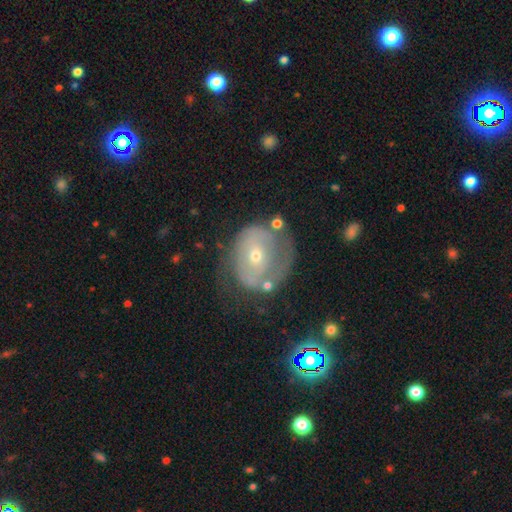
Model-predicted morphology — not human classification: smooth_or_featured: featured or disk (p=0.60) [alt: smooth p=0.31]
disk_edge_on: no (p=0.95) [alt: yes p=0.05]
bar: no (p=0.60) [alt: weak p=0.27]
has_spiral_arms: no (p=0.52) [alt: yes p=0.48]
bulge_size: small (p=0.61) [alt: moderate p=0.36]
merging: none (p=0.47) [alt: minor disturbance p=0.25]